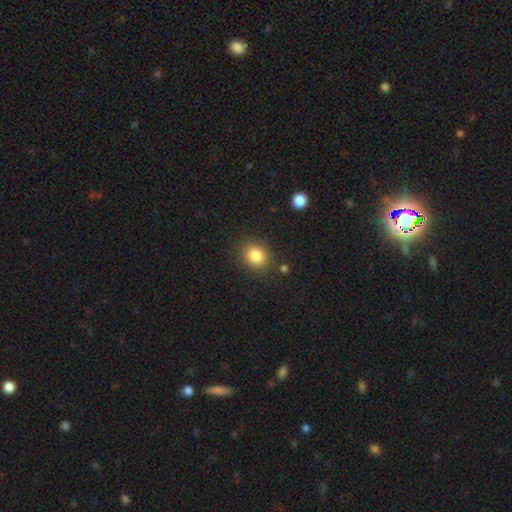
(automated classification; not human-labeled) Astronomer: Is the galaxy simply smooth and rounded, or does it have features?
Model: smooth — 84%.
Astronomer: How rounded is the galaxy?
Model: round — 69%.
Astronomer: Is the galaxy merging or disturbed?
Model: none — 85%.